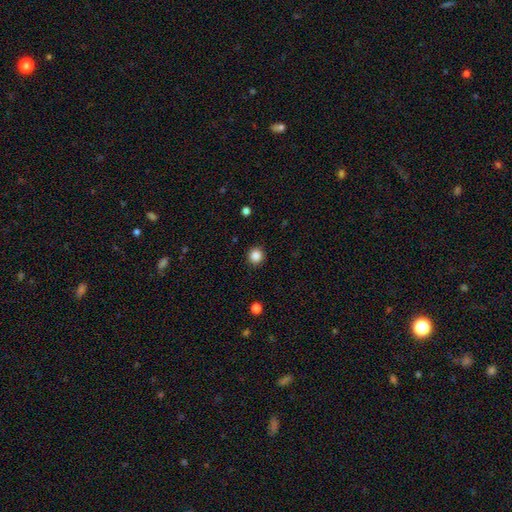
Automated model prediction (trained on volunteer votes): smooth-or-featured: smooth: 86% | star or artifact: 11% | featured or disk: 4%
  how-rounded: round: 94% | in between: 5% | cigar-shaped: 1%
  merging: none: 92% | minor disturbance: 5% | major disturbance: 2% | merger: 1%